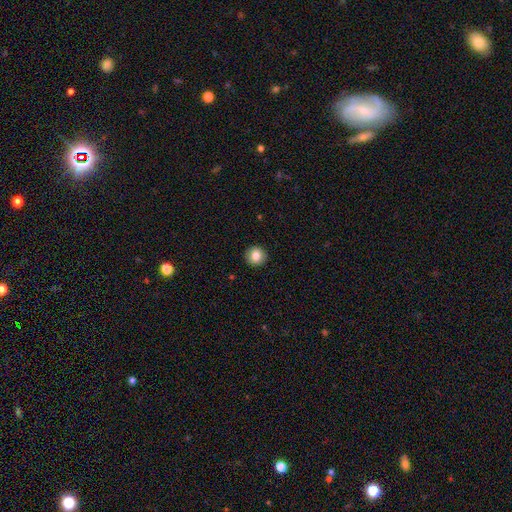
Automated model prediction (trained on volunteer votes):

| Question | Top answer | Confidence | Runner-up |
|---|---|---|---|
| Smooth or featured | smooth | 83% | star or artifact (9%) |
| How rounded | round | 93% | in between (6%) |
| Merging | none | 93% | minor disturbance (5%) |